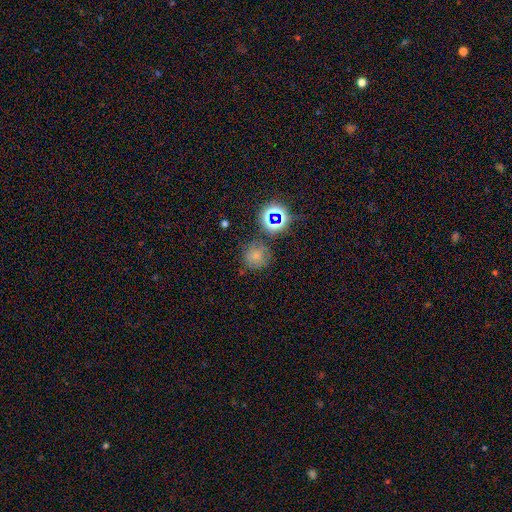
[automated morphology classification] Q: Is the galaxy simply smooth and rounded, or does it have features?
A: smooth — 63%.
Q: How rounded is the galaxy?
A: round — 89%.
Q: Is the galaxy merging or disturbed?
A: none — 73%.